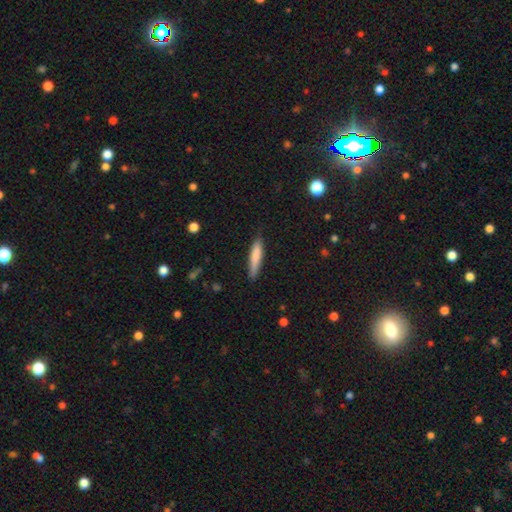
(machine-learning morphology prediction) This is likely a smooth galaxy (77%). How rounded: clearly cigar-shaped (87%). Merging: clearly none (83%).